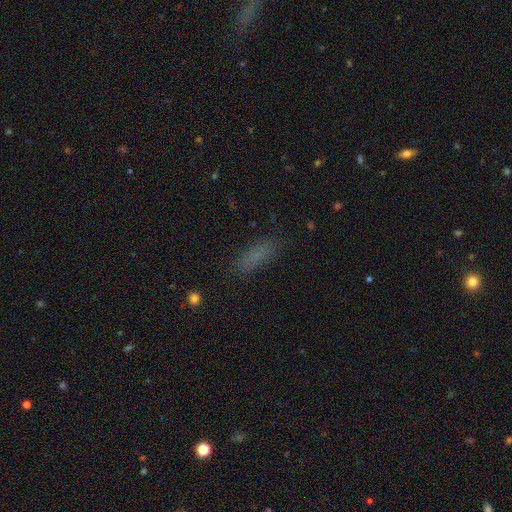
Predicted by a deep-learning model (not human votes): Smooth or featured? Predicted: smooth (p=0.76). How rounded? Predicted: in between (p=0.50). Merging? Predicted: none (p=0.83).